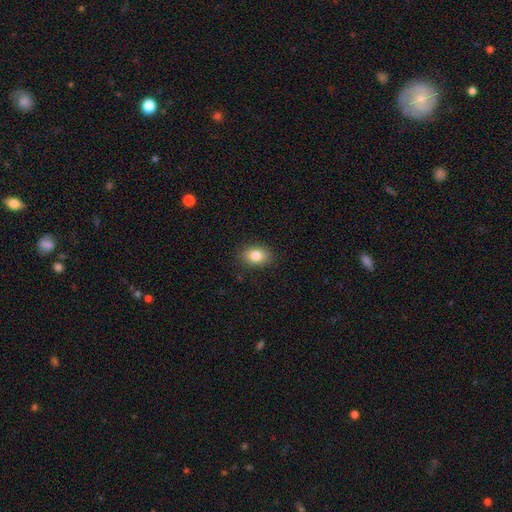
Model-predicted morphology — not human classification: Smooth or featured?
  - smooth: 82% *
  - star or artifact: 9%
  - featured or disk: 9%
How rounded?
  - in between: 75% *
  - round: 24%
  - cigar-shaped: 1%
Merging?
  - none: 87% *
  - minor disturbance: 9%
  - major disturbance: 2%
  - merger: 1%